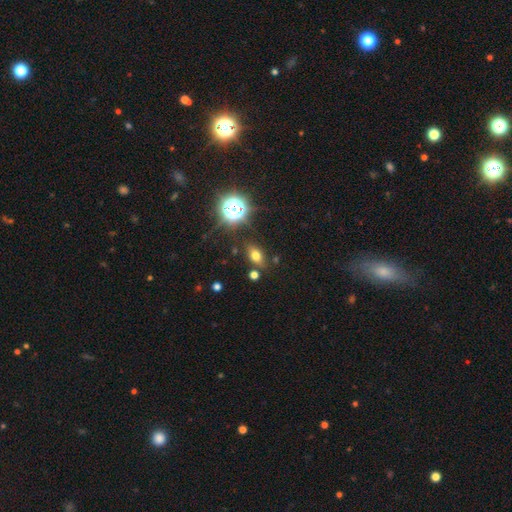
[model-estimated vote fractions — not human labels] smooth-or-featured: smooth: 63% | star or artifact: 23% | featured or disk: 13%
  how-rounded: in between: 75% | round: 19% | cigar-shaped: 6%
  merging: none: 81% | minor disturbance: 11% | merger: 4% | major disturbance: 3%